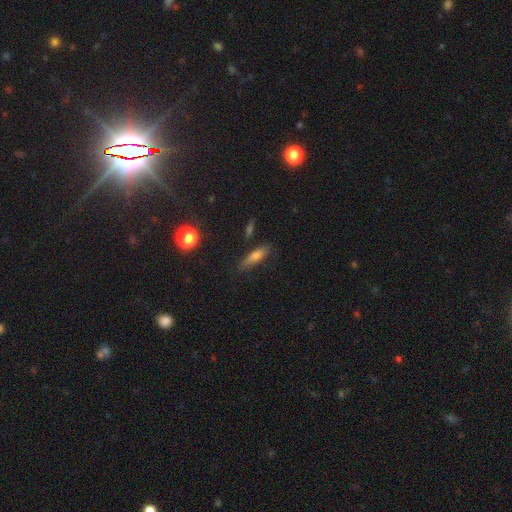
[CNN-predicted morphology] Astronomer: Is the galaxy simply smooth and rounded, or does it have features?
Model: smooth — 70%.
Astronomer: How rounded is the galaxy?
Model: cigar-shaped — 63%.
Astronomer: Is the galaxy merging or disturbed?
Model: none — 79%.